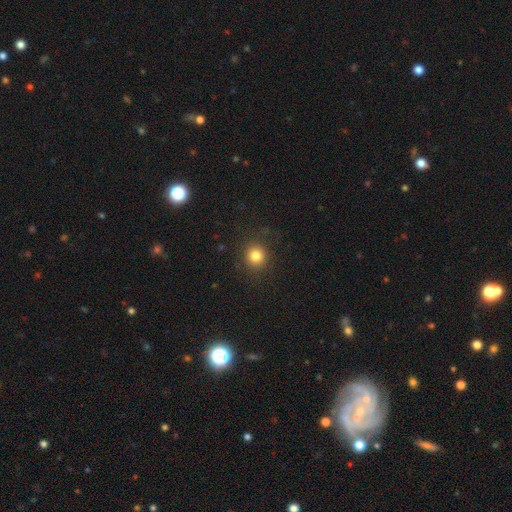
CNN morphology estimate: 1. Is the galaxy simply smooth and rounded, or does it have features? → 81% smooth, 13% star or artifact, 6% featured or disk.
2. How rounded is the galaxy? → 92% round, 7% in between, 1% cigar-shaped.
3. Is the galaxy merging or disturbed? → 88% none, 8% minor disturbance, 3% major disturbance, 1% merger.